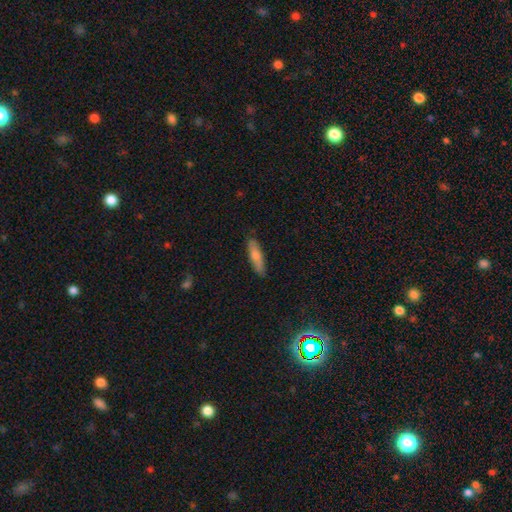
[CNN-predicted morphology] This appears to be a smooth galaxy with no disk features (73%) that is cigar-shaped (71%). Merging: none (84%).